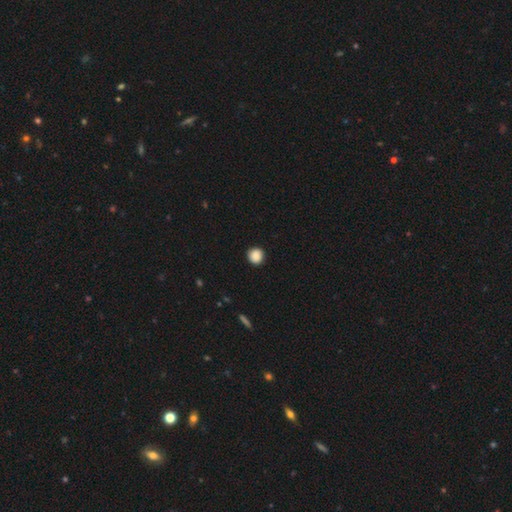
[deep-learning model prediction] Overall: smooth (88%). How rounded: round (94%). Merging: none (91%).